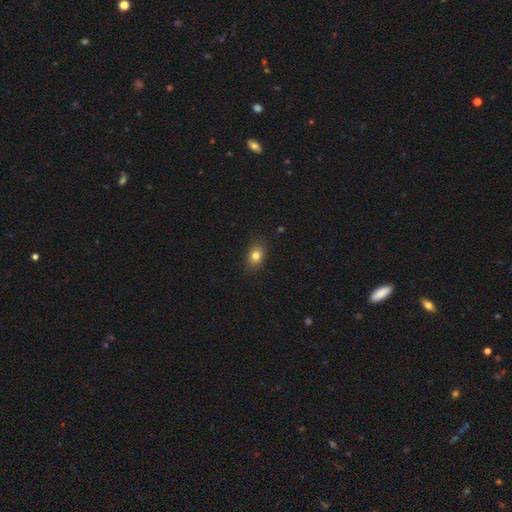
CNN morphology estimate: Smooth or featured? Predicted: smooth (p=0.81). How rounded? Predicted: in between (p=0.70). Merging? Predicted: none (p=0.85).